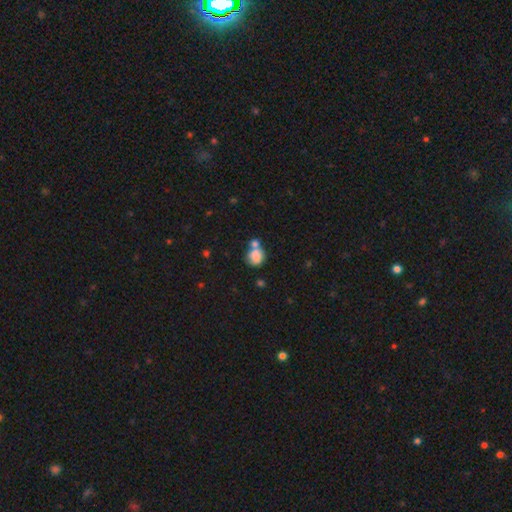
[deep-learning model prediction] This appears to be a smooth galaxy with no disk features (80%) that is round (70%). Merging: merger (45%).